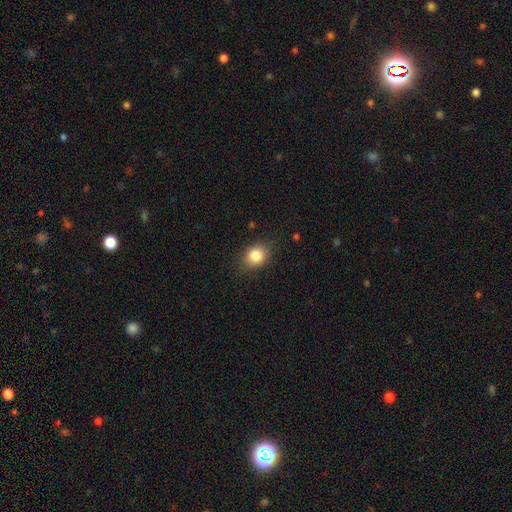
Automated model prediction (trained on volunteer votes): The model was most divided on "how rounded": round: 53%, in between: 45%, cigar-shaped: 1%. More confident: smooth or featured — smooth (83%); merging — none (79%).